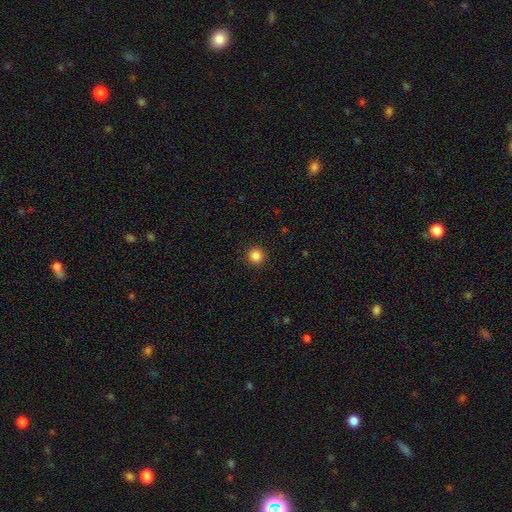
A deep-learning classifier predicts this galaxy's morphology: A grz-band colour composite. It shows a smooth galaxy with no disk features (85%) that is round (95%). Merging: none (92%).